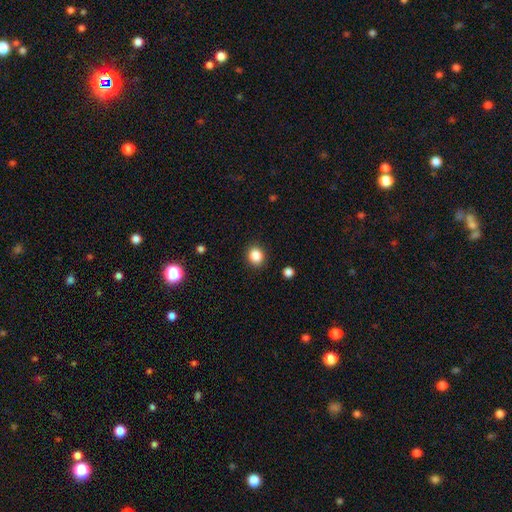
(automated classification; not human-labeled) Overall: smooth (86%). How rounded: round (76%). Merging: none (90%).